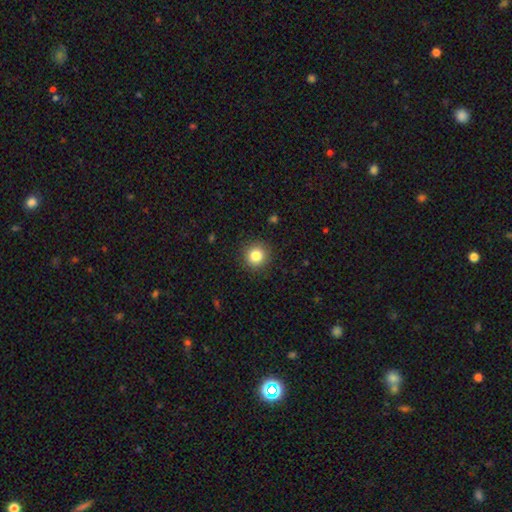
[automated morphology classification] Q: Smooth or featured?
A: smooth (83%); runner-up: star or artifact (11%)
Q: How rounded?
A: round (94%); runner-up: in between (5%)
Q: Merging?
A: none (91%); runner-up: minor disturbance (6%)